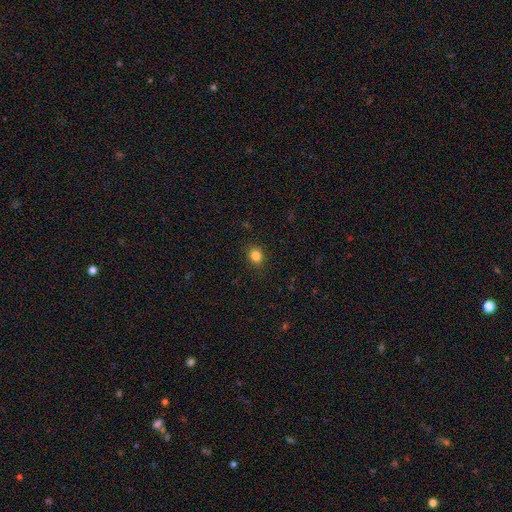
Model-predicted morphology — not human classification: This appears to be a smooth galaxy with no disk features (84%) that is round (69%). Merging: none (89%).